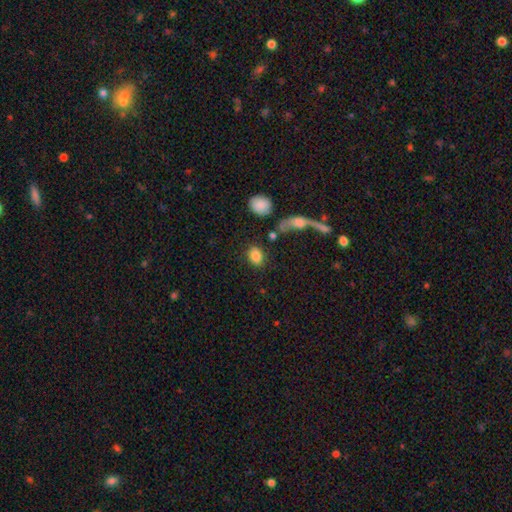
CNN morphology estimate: smooth-or-featured: smooth: 85% | star or artifact: 8% | featured or disk: 7%
  how-rounded: in between: 72% | round: 26% | cigar-shaped: 2%
  merging: none: 76% | minor disturbance: 10% | merger: 8% | major disturbance: 6%